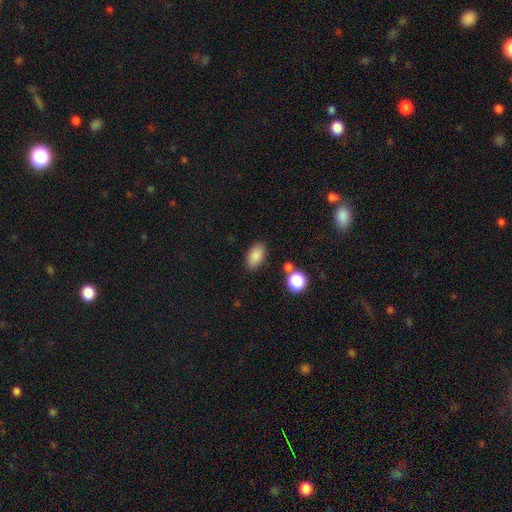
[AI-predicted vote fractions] smooth 86%, star or artifact 9%, featured or disk 5%. Down the decision tree: how rounded — in between (92%); merging — none (83%).